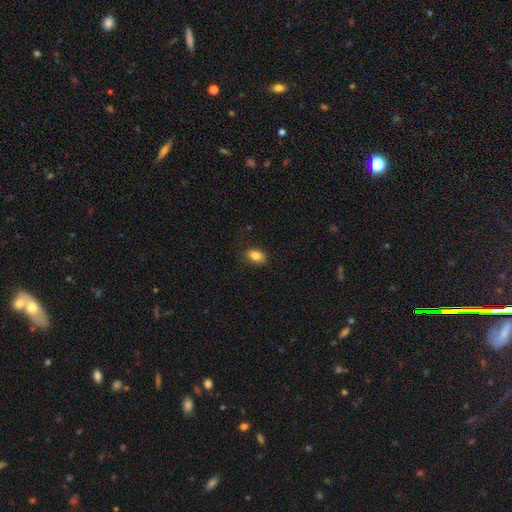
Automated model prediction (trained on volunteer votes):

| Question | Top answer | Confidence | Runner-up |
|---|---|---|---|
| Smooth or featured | smooth | 83% | star or artifact (9%) |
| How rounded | in between | 84% | round (14%) |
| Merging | none | 81% | minor disturbance (15%) |